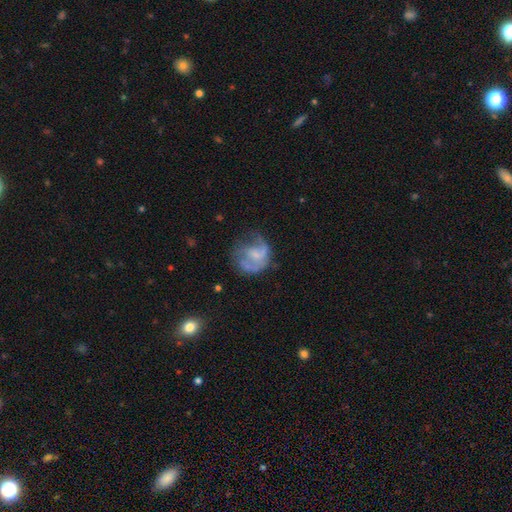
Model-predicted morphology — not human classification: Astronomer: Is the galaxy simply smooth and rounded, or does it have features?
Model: featured or disk — 60%.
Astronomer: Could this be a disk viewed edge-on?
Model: no — 98%.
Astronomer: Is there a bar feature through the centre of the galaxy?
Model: no — 64%.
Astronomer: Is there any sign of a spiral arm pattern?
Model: yes — 66%.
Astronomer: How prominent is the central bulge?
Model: small — 43% (runner-up: none, 30%).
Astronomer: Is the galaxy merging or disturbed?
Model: none — 41% (runner-up: major disturbance, 31%).